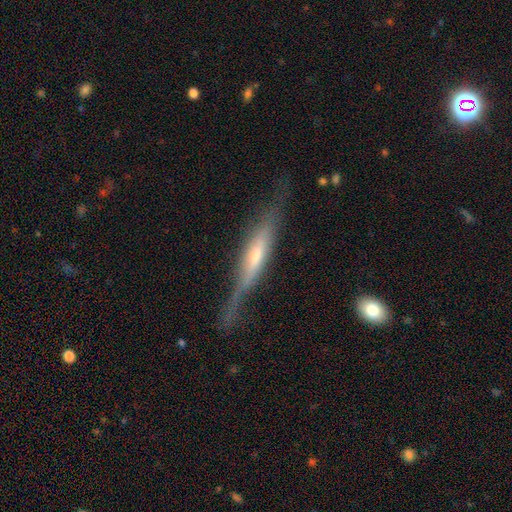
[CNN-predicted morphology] Q: Smooth or featured?
A: featured or disk (69%); runner-up: smooth (25%)
Q: Edge-on disk?
A: yes (91%); runner-up: no (9%)
Q: Edge-on bulge?
A: rounded (56%); runner-up: boxy (23%)
Q: Merging?
A: none (65%); runner-up: minor disturbance (22%)